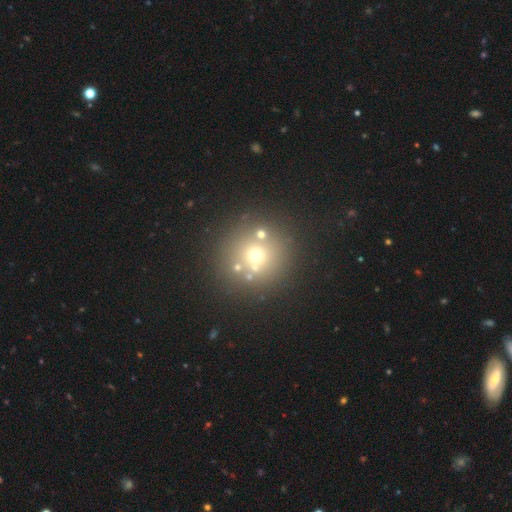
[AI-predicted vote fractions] Smooth or featured? Predicted: smooth (p=0.57). How rounded? Predicted: round (p=0.92). Merging? Predicted: none (p=0.72).